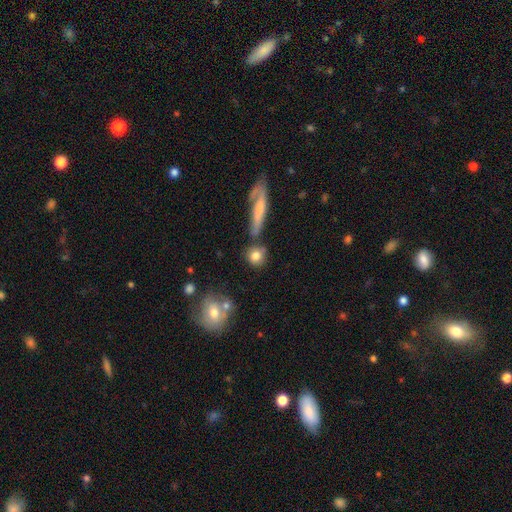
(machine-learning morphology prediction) A smooth galaxy with no disk features (79%) that is round (80%). Merging: none (70%).